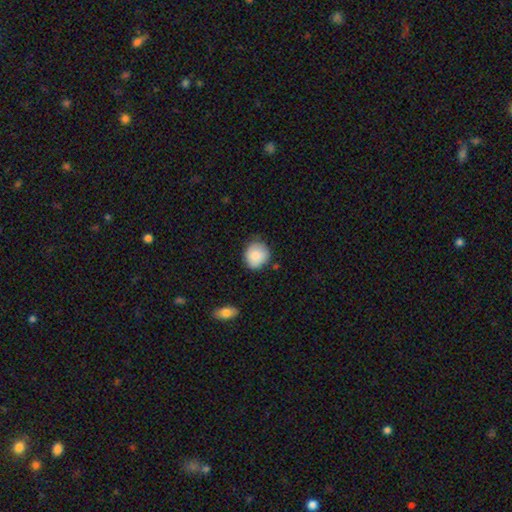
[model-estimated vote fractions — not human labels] Q: Smooth or featured?
A: smooth (85%); runner-up: featured or disk (8%)
Q: How rounded?
A: round (82%); runner-up: in between (17%)
Q: Merging?
A: none (76%); runner-up: minor disturbance (19%)